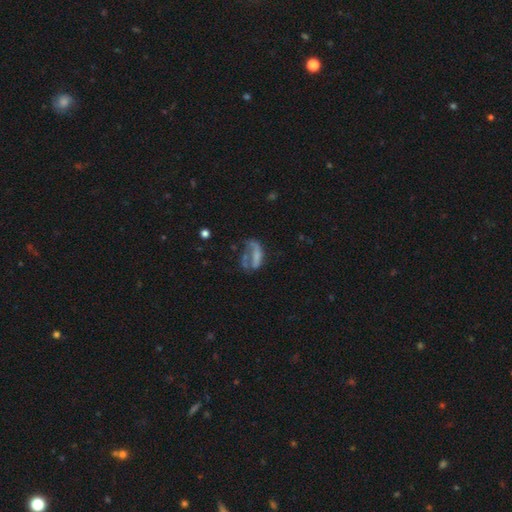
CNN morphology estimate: Smooth or featured?
  - featured or disk: 48% *
  - smooth: 38%
  - star or artifact: 14%
Merging?
  - major disturbance: 49% *
  - none: 23%
  - minor disturbance: 17%
  - merger: 11%